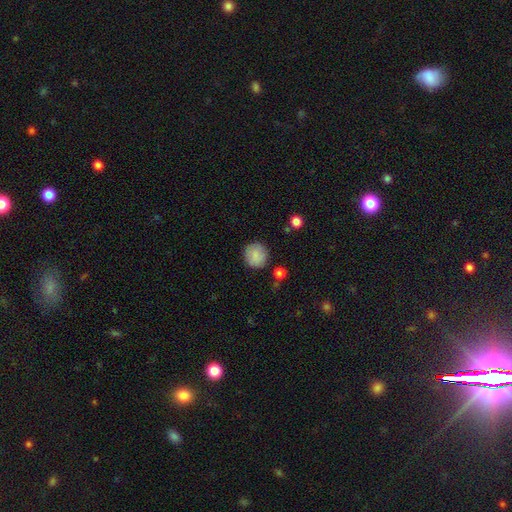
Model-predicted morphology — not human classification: Overall: smooth (86%). How rounded: round (92%). Merging: none (83%).